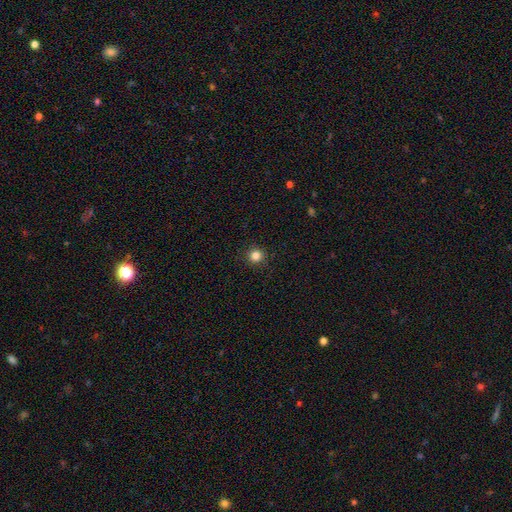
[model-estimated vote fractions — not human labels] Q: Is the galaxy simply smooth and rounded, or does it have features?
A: smooth — 83%.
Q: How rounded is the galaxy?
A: round — 95%.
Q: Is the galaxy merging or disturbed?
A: none — 92%.